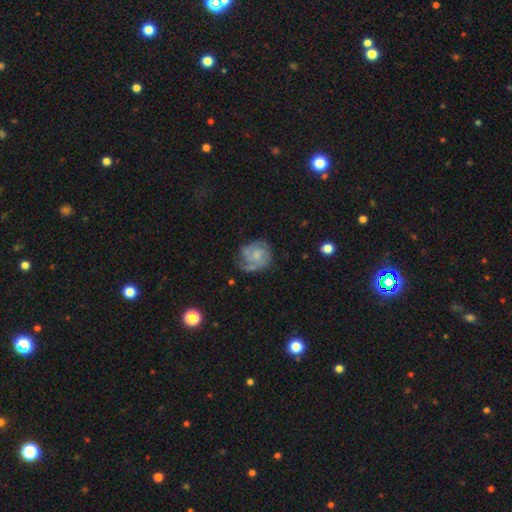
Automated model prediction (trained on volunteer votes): Smooth or featured: featured or disk — 70% (smooth — 24%)
Edge-on disk: no — 98% (yes — 2%)
Bar: no — 73% (weak — 24%)
Spiral arms: yes — 85% (no — 15%)
Spiral winding: tight — 50% (medium — 36%)
Spiral arm count: can't tell — 34% (2 — 28%)
Bulge size: small — 46% (moderate — 36%)
Merging: none — 57% (minor disturbance — 25%)